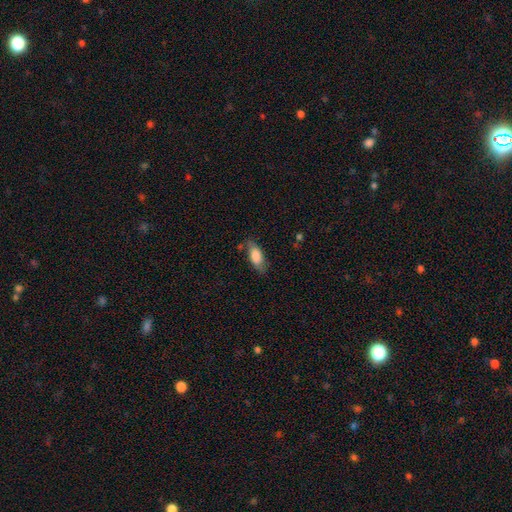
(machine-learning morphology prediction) This is likely a smooth galaxy (79%). How rounded: clearly in between (82%). Merging: likely none (68%).